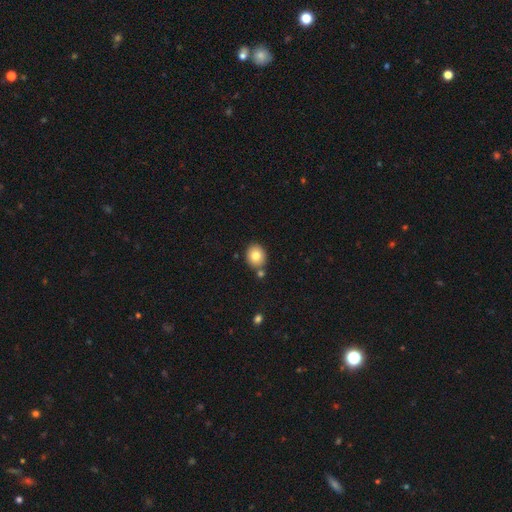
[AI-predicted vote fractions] smooth 80%, featured or disk 11%, star or artifact 9%. Down the decision tree: how rounded — round (66%); merging — none (75%).